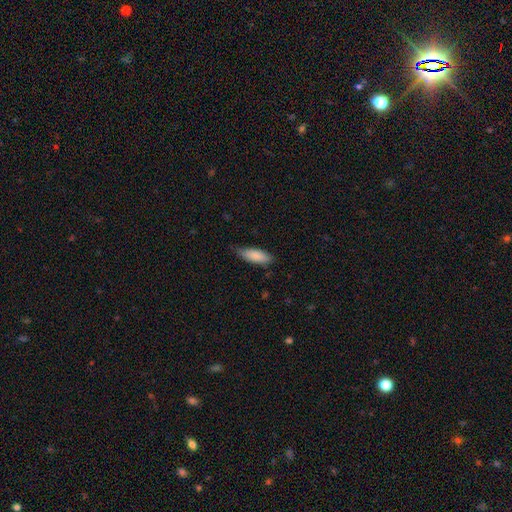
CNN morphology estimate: smooth 87%, featured or disk 7%, star or artifact 6%. Down the decision tree: how rounded — in between (65%); merging — none (72%).